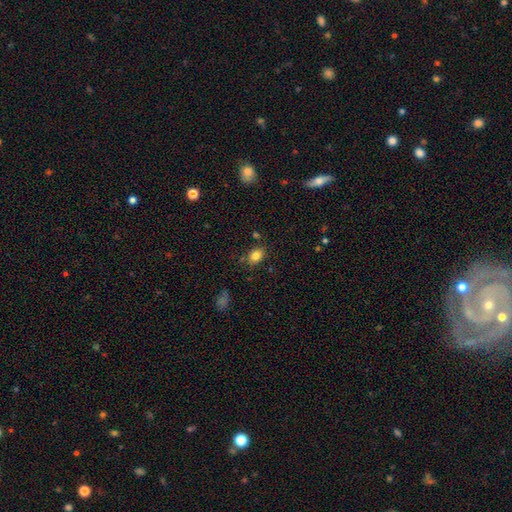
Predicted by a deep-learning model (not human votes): Overall: smooth (82%). How rounded: in between (70%). Merging: none (79%).